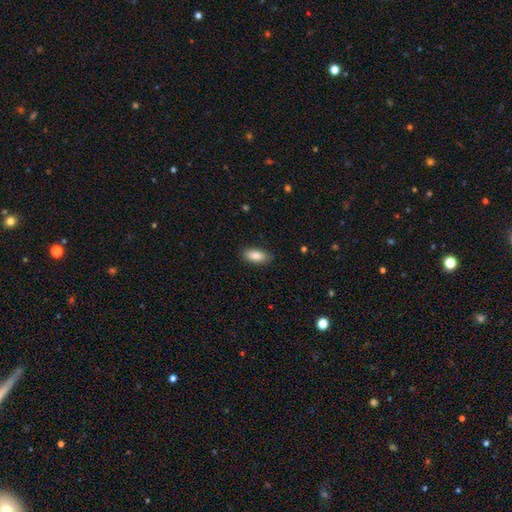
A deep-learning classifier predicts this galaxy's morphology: This appears to be a smooth galaxy with no disk features (87%) that is in between round and cigar-shaped (88%). Merging: none (86%).